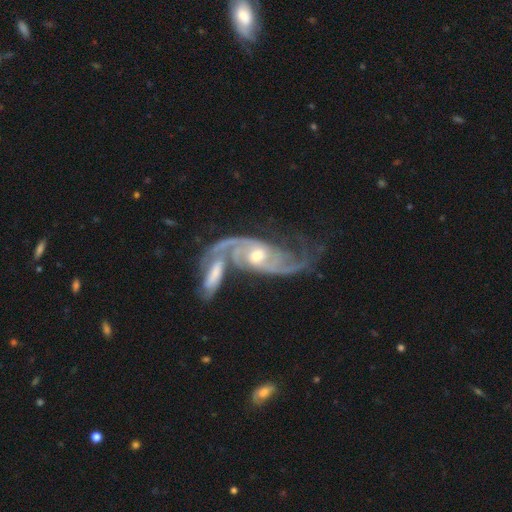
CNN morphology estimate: This appears to be a featured or disk galaxy (91%) with no bar (52%), 2 (76%) medium (47%) spiral arms (98%) and a moderate central bulge (57%). Merging: merger (45%).